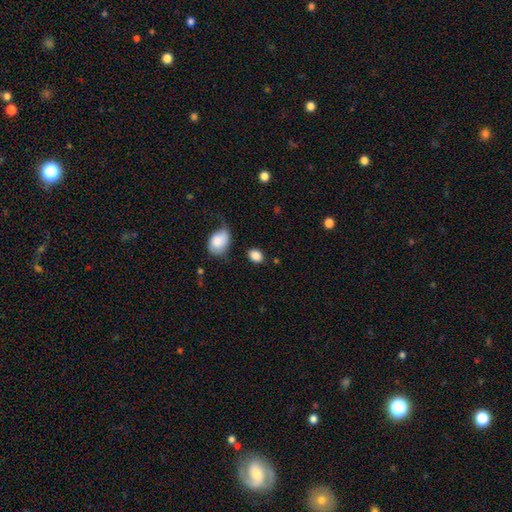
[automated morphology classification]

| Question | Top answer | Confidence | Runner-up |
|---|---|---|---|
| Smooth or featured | smooth | 87% | star or artifact (8%) |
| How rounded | in between | 67% | round (32%) |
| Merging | none | 78% | minor disturbance (14%) |